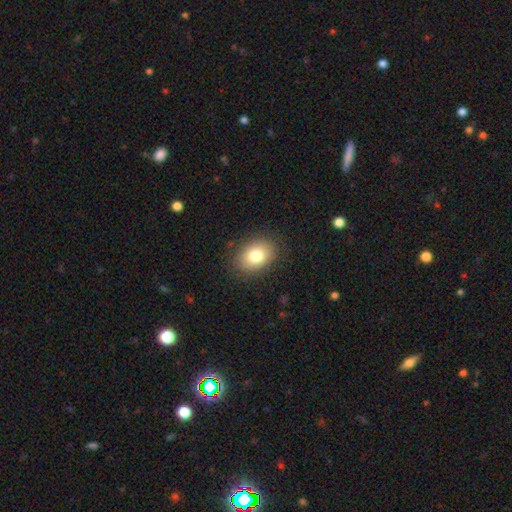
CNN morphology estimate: type=smooth (80%); roundness=in between (73%); merging=none (86%).